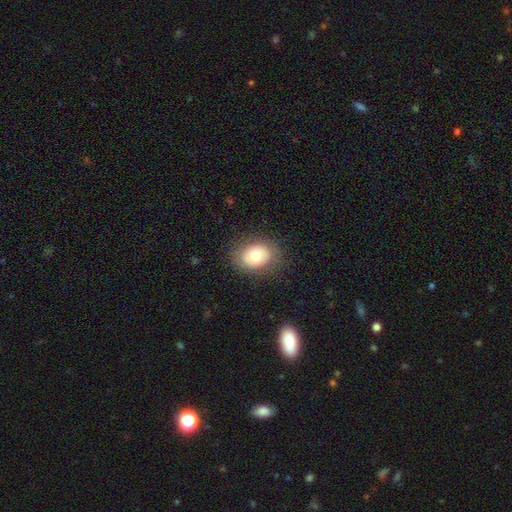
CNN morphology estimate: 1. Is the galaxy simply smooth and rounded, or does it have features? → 71% smooth, 20% featured or disk, 9% star or artifact.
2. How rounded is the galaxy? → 59% in between, 40% round, 1% cigar-shaped.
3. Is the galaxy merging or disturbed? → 82% none, 12% minor disturbance, 5% major disturbance, 1% merger.